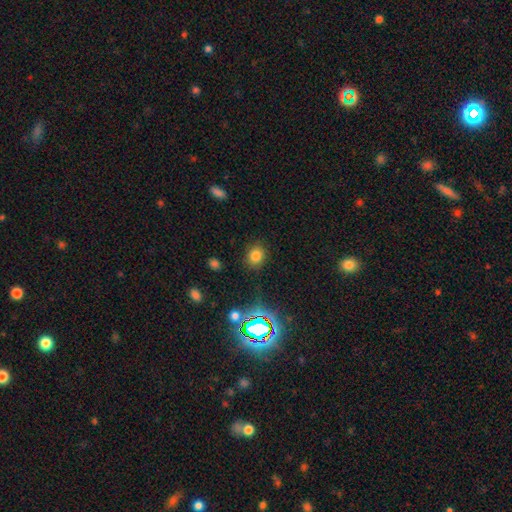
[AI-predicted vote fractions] Overall: smooth (75%). How rounded: round (68%; in between 31%). Merging: none (85%).